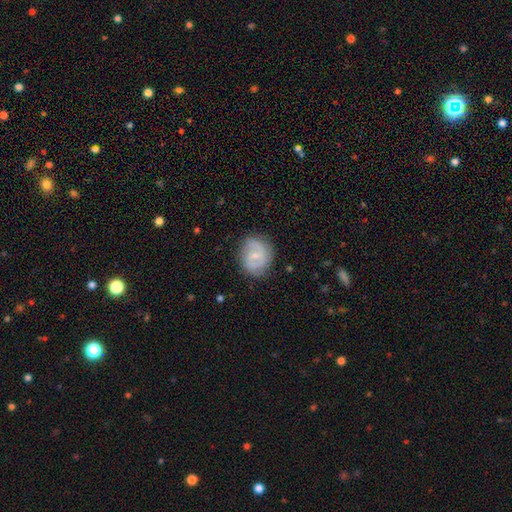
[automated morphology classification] smooth_or_featured: featured or disk (p=0.65) [alt: smooth p=0.29]
disk_edge_on: no (p=0.97) [alt: yes p=0.03]
bar: weak (p=0.54) [alt: no p=0.33]
has_spiral_arms: yes (p=0.87) [alt: no p=0.13]
spiral_winding: medium (p=0.48) [alt: tight p=0.31]
spiral_arm_count: 2 (p=0.79) [alt: can't tell p=0.11]
bulge_size: small (p=0.63) [alt: moderate p=0.28]
merging: none (p=0.78) [alt: minor disturbance p=0.16]